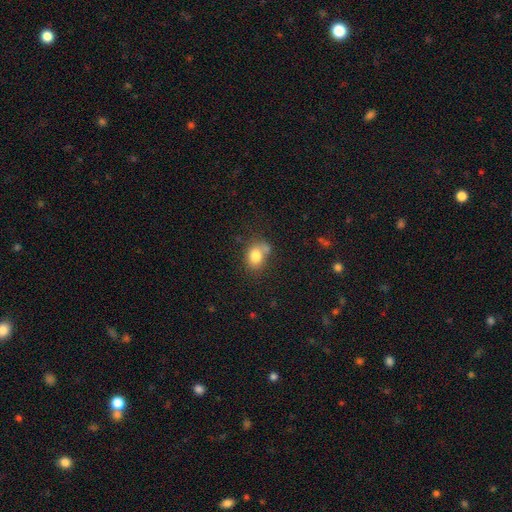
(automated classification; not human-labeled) Smooth or featured? smooth (79%)
How rounded? in between (56%)
Merging? none (50%)